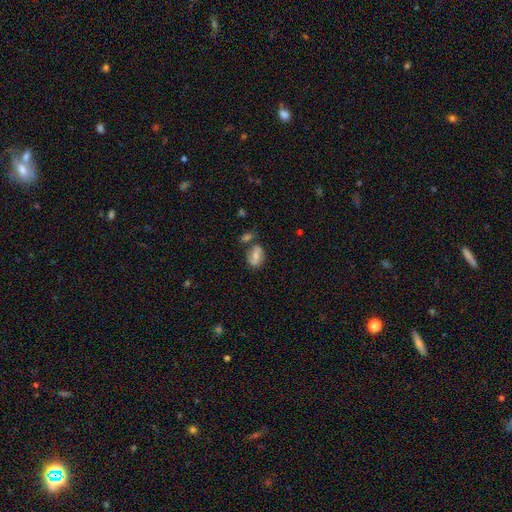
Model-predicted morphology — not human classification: Smooth or featured: featured or disk — 47% (smooth — 44%)
Merging: none — 61% (minor disturbance — 18%)